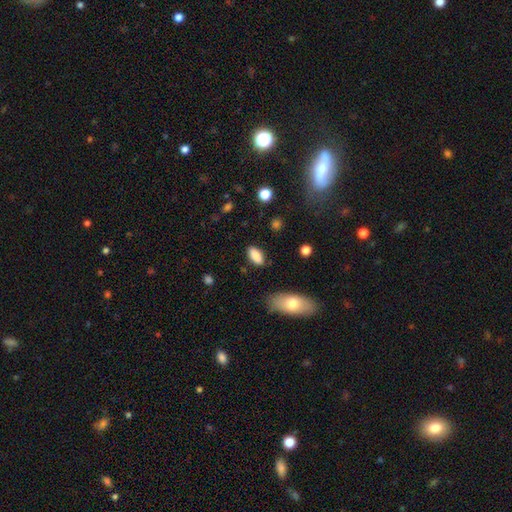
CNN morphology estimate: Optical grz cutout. It shows a smooth galaxy with no disk features (86%) that is in between round and cigar-shaped (87%). Merging: none (83%).